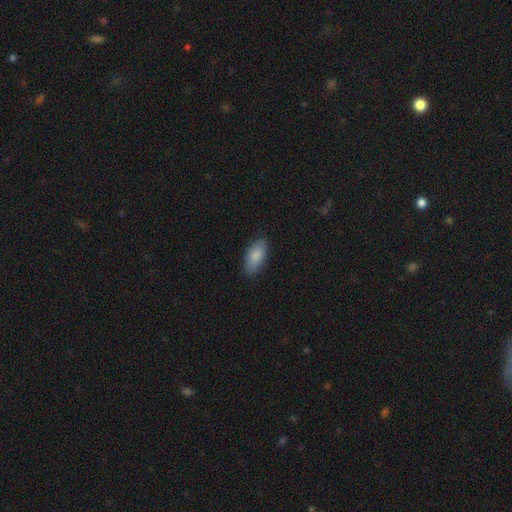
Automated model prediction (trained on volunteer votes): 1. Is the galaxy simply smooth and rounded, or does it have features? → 87% smooth, 7% featured or disk, 6% star or artifact.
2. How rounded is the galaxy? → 90% in between, 8% cigar-shaped, 2% round.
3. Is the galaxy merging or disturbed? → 84% none, 12% minor disturbance, 2% major disturbance, 1% merger.